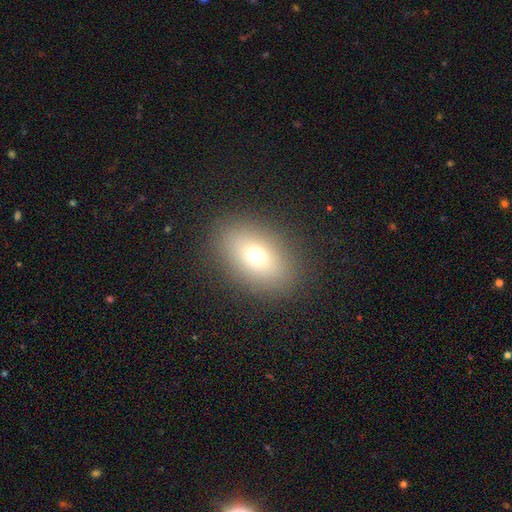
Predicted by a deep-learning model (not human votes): The model was most divided on "smooth or featured": smooth: 70%, featured or disk: 17%, star or artifact: 13%. More confident: merging — none (87%); how rounded — in between (82%).